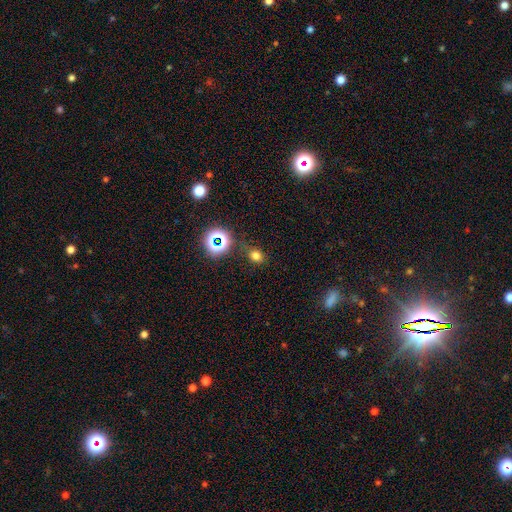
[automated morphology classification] Overall: smooth (70%). How rounded: round (63%; in between 36%). Merging: none (78%).